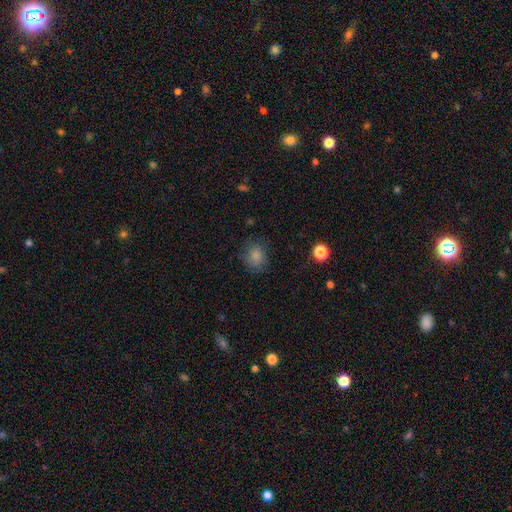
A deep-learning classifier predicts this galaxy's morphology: The model was most divided on "how rounded": round: 69%, in between: 31%, cigar-shaped: 1%. More confident: smooth or featured — smooth (83%); merging — none (78%).